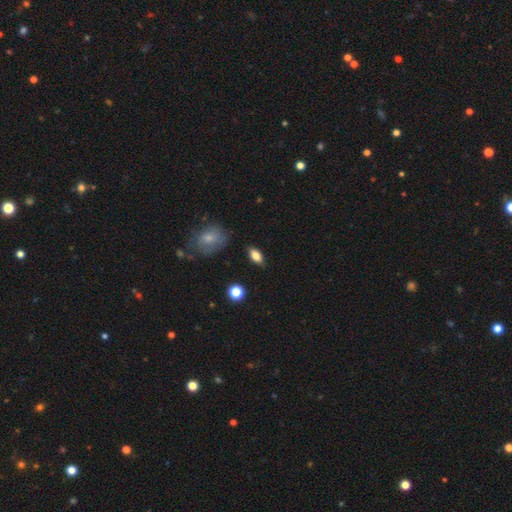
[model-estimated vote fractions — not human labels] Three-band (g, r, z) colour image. It shows a smooth galaxy with no disk features (81%) that is in between round and cigar-shaped (86%). Merging: none (85%).